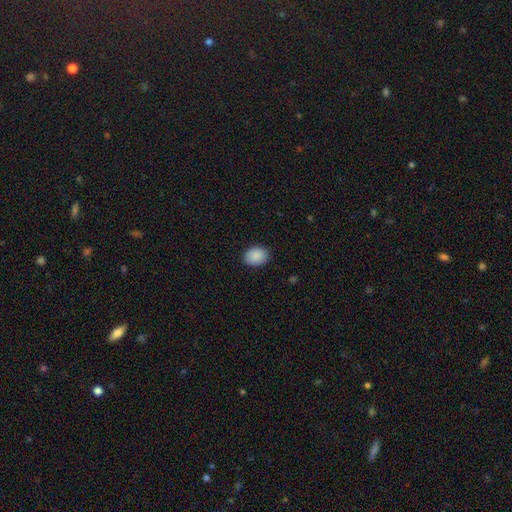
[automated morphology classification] A smooth galaxy with no disk features (89%) that is in between round and cigar-shaped (58%).

Vote fractions:
- Smooth or featured? smooth: 89% / star or artifact: 8% / featured or disk: 3%
- How rounded? in between: 58% / round: 41% / cigar-shaped: 1%
- Merging? none: 89% / minor disturbance: 8% / major disturbance: 2% / merger: 1%